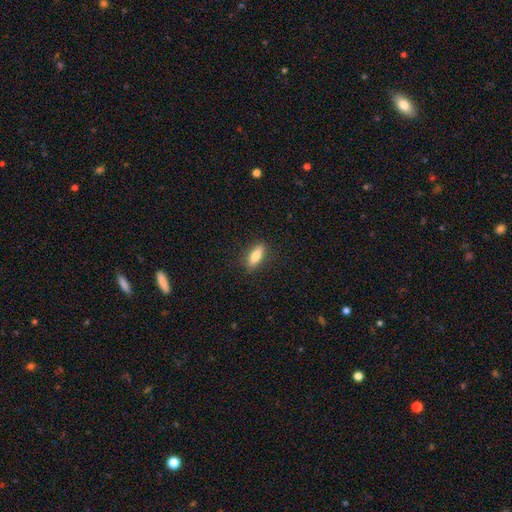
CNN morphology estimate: This appears to be a smooth galaxy with no disk features (74%) that is in between round and cigar-shaped (58%). Merging: none (87%).